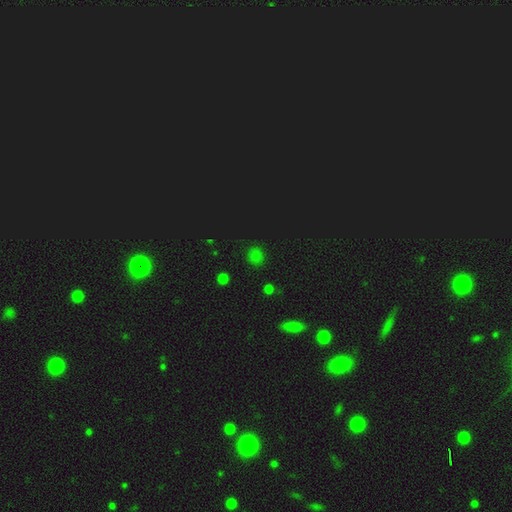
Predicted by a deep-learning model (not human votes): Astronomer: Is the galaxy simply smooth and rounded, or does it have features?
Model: smooth — 64%.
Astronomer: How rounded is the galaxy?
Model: round — 83%.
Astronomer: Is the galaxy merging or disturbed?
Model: none — 86%.